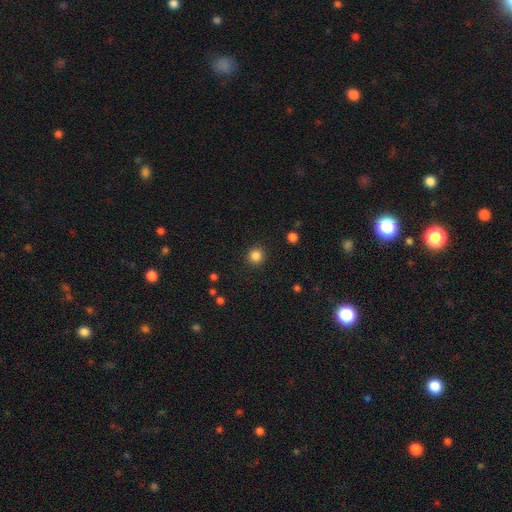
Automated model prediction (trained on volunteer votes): A smooth galaxy with no disk features (85%) that is round (94%). Merging: none (91%).